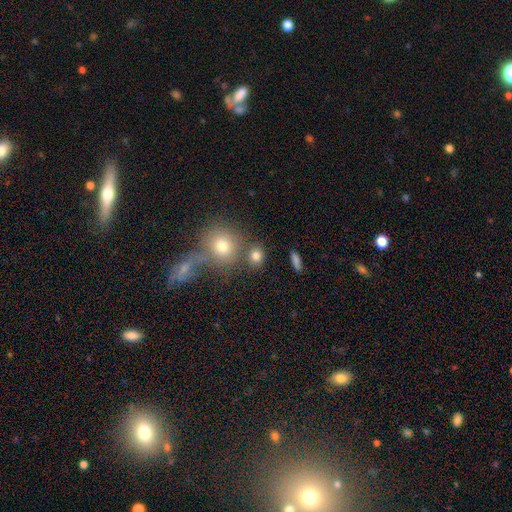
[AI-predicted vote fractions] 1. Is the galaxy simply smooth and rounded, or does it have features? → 79% smooth, 12% star or artifact, 9% featured or disk.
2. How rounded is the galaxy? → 70% round, 28% in between, 2% cigar-shaped.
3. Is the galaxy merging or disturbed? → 66% none, 20% merger, 9% minor disturbance, 5% major disturbance.